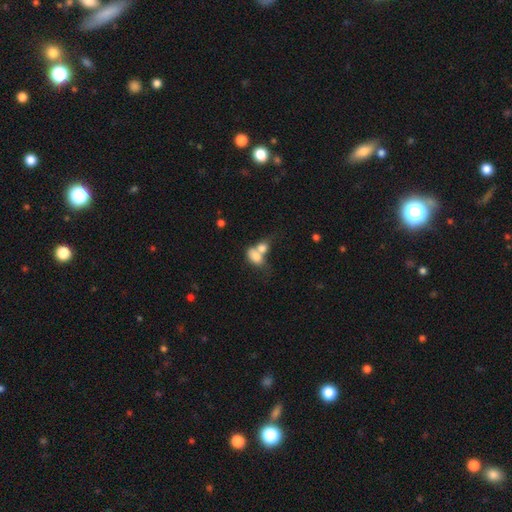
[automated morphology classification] smooth-or-featured: smooth: 76% | featured or disk: 16% | star or artifact: 9%
  how-rounded: in between: 80% | round: 17% | cigar-shaped: 3%
  merging: merger: 70% | none: 15% | minor disturbance: 8% | major disturbance: 8%